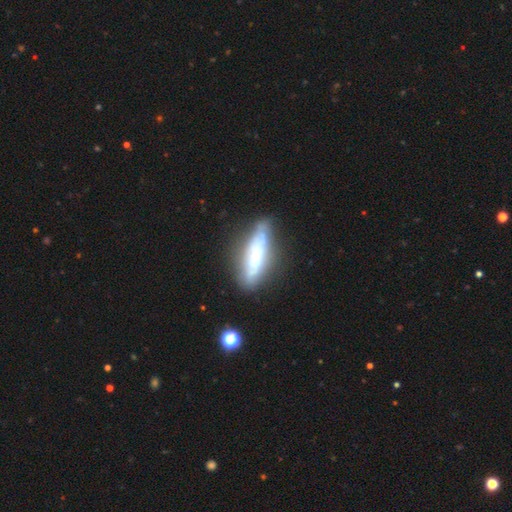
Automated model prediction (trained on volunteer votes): Smooth or featured: featured or disk — 47% (smooth — 45%)
Merging: none — 67% (minor disturbance — 22%)